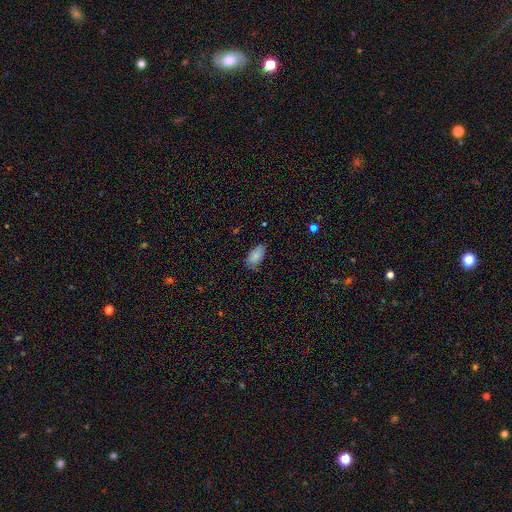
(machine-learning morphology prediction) smooth_or_featured: smooth (p=0.85) [alt: featured or disk p=0.07]
how_rounded: in between (p=0.94) [alt: round p=0.03]
merging: none (p=0.74) [alt: minor disturbance p=0.21]